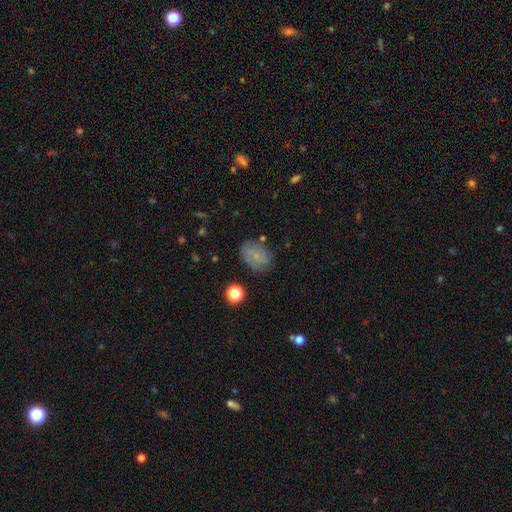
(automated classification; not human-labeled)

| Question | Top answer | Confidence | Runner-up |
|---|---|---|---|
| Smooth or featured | smooth | 56% | featured or disk (33%) |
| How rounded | in between | 72% | round (26%) |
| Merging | none | 73% | minor disturbance (19%) |